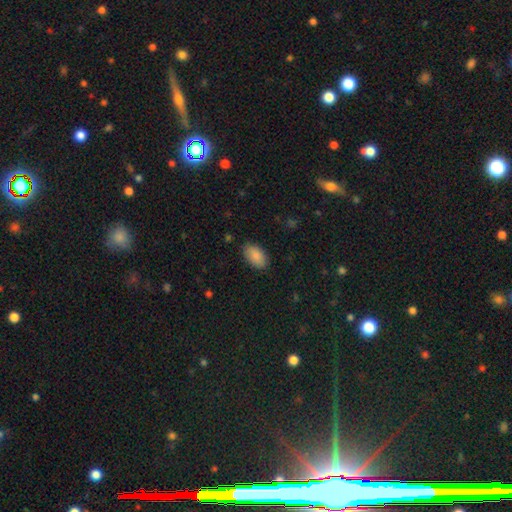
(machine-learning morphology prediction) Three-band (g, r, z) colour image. It shows a smooth galaxy with no disk features (89%) that is in between round and cigar-shaped (94%). Merging: none (85%).